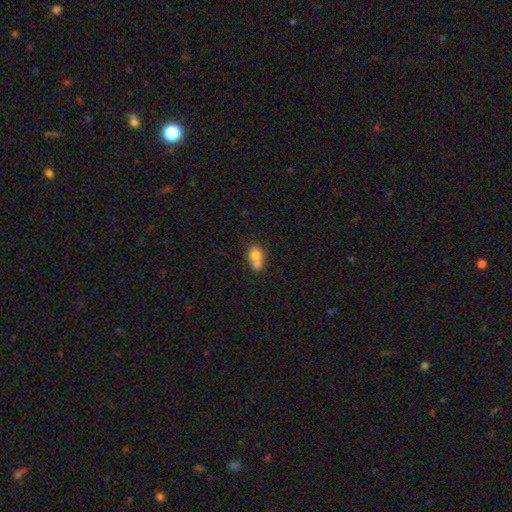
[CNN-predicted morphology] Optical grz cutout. It shows a smooth galaxy with no disk features (74%) that is round (57%). Merging: merger (60%).